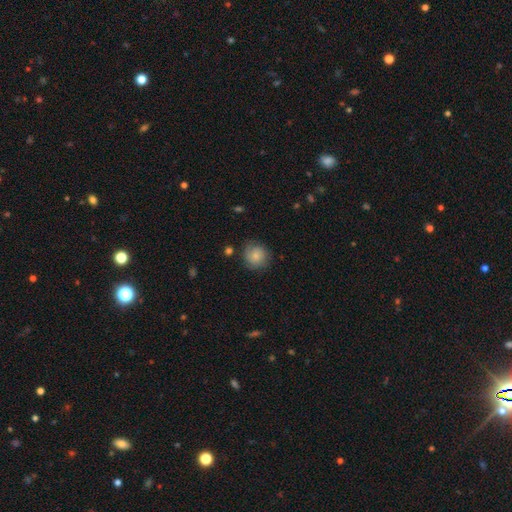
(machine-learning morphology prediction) This appears to be a smooth galaxy with no disk features (75%) that is round (89%). Merging: none (73%).